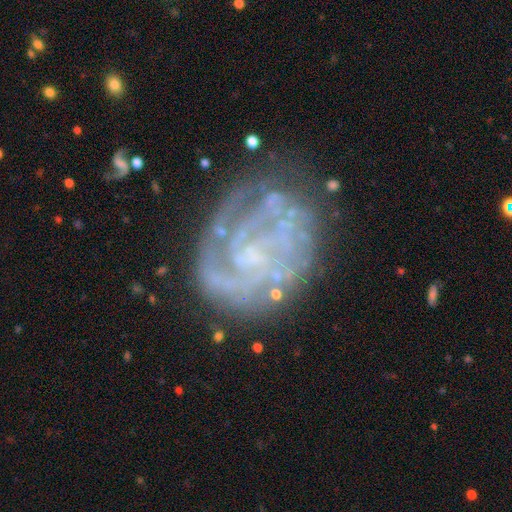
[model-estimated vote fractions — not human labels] Q: Smooth or featured?
A: featured or disk (82%); runner-up: smooth (10%)
Q: Edge-on disk?
A: no (98%); runner-up: yes (2%)
Q: Bar?
A: no (66%); runner-up: weak (26%)
Q: Spiral arms?
A: yes (85%); runner-up: no (15%)
Q: Spiral winding?
A: tight (64%); runner-up: medium (27%)
Q: Spiral arm count?
A: can't tell (41%); runner-up: 2 (18%)
Q: Bulge size?
A: none (50%); runner-up: small (36%)
Q: Merging?
A: none (63%); runner-up: minor disturbance (20%)